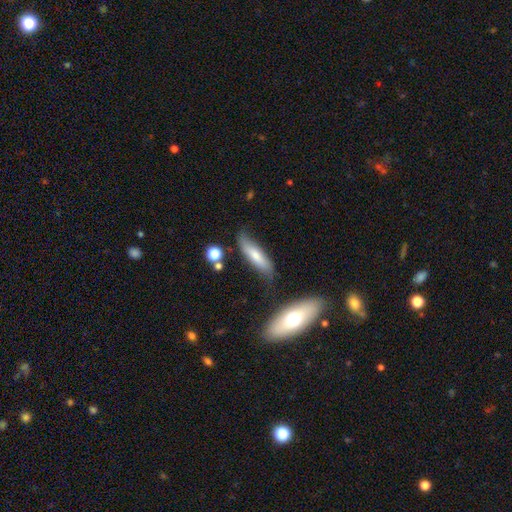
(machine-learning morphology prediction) This appears to be a smooth galaxy with no disk features (67%) that is cigar-shaped (65%). Merging: none (65%).